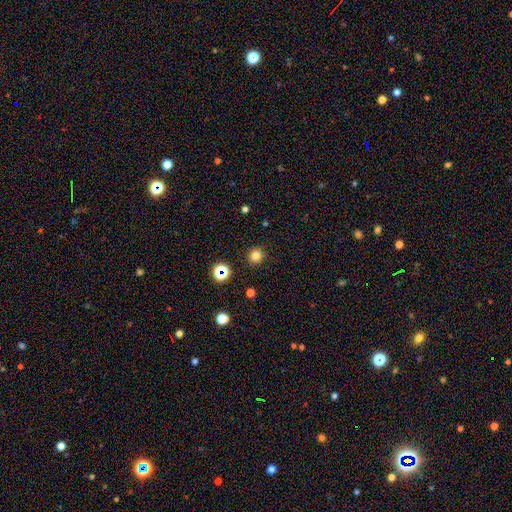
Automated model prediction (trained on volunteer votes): Q: Smooth or featured?
A: smooth (79%); runner-up: star or artifact (16%)
Q: How rounded?
A: round (92%); runner-up: in between (7%)
Q: Merging?
A: none (91%); runner-up: minor disturbance (6%)